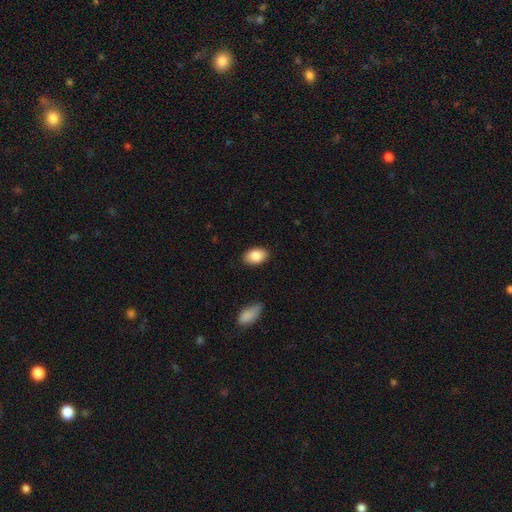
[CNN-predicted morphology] A smooth galaxy with no disk features (87%) that is in between round and cigar-shaped (90%).

Vote fractions:
- Smooth or featured? smooth: 87% / star or artifact: 7% / featured or disk: 7%
- How rounded? in between: 90% / round: 8% / cigar-shaped: 1%
- Merging? none: 87% / minor disturbance: 10% / major disturbance: 2% / merger: 1%